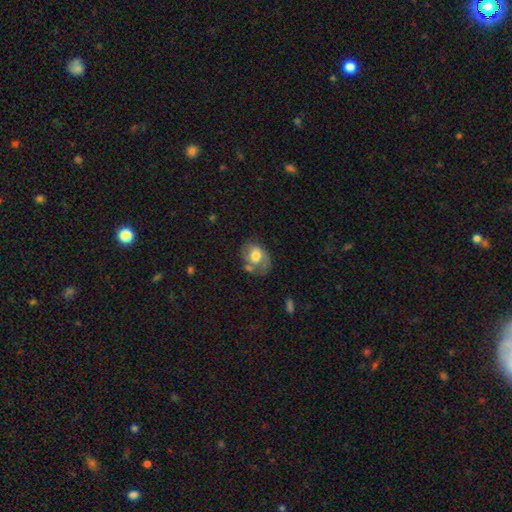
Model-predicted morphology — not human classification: This is possibly a smooth galaxy (56%). How rounded: likely in between (63%). Merging: marginally none (40%).